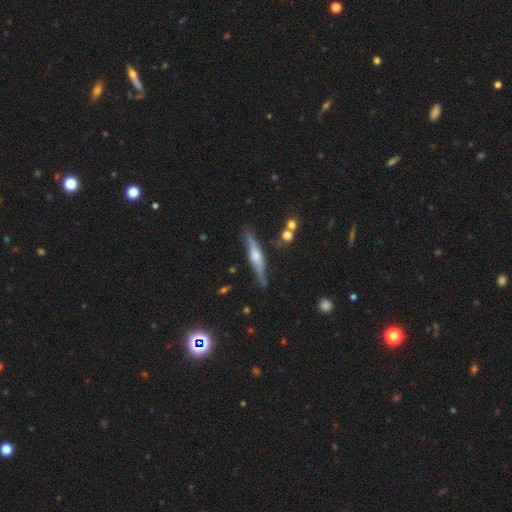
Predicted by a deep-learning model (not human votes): Smooth or featured? featured or disk (68%)
Edge-on disk? yes (96%)
Edge-on bulge? rounded (80%)
Merging? none (81%)